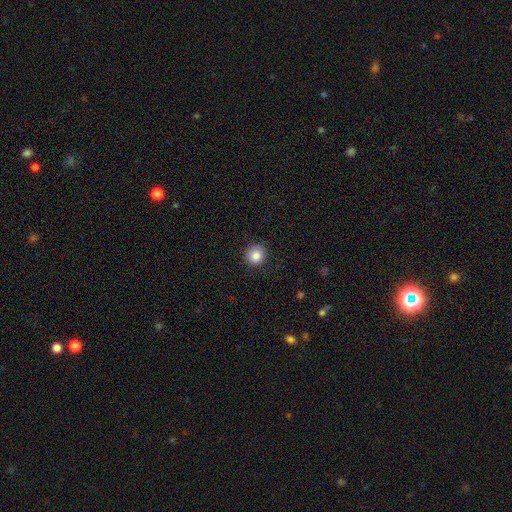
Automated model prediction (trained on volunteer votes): The model was most divided on "smooth or featured": smooth: 85%, star or artifact: 9%, featured or disk: 5%. More confident: how rounded — round (88%); merging — none (88%).